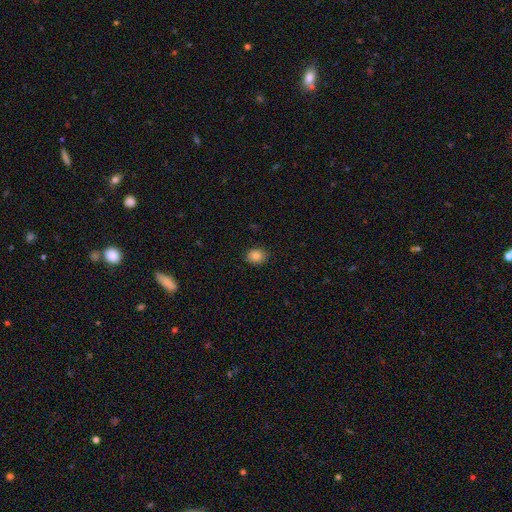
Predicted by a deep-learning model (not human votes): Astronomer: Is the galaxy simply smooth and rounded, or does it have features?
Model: smooth — 84%.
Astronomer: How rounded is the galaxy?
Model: round — 54% (runner-up: in between, 45%).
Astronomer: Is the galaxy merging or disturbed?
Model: none — 88%.